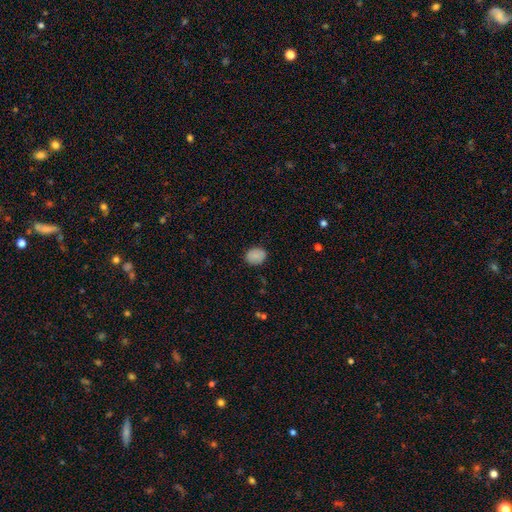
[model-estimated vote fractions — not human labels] smooth 85%, star or artifact 8%, featured or disk 7%. Down the decision tree: how rounded — round (53%); merging — none (85%).